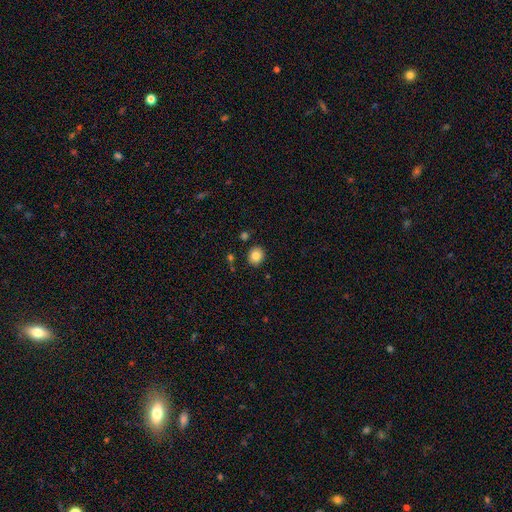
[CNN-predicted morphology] A smooth galaxy with no disk features (84%) that is round (74%). Merging: none (88%).